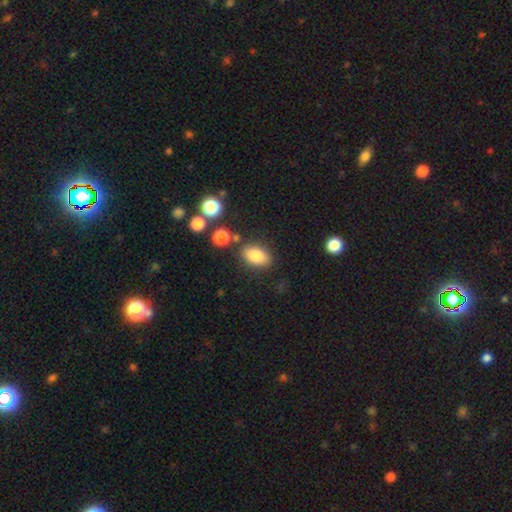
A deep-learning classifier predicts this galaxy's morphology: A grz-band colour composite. It shows a smooth galaxy with no disk features (82%) that is in between round and cigar-shaped (87%). Merging: none (80%).